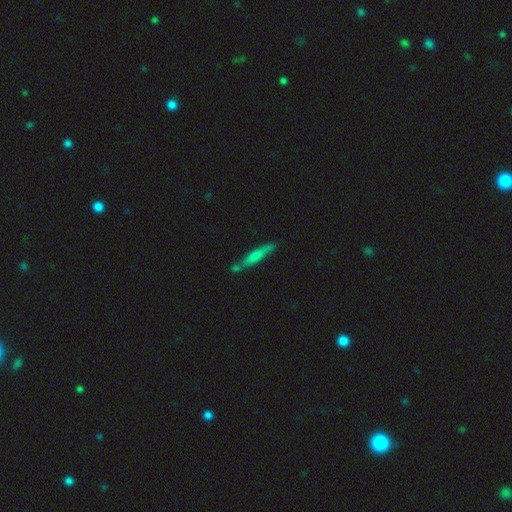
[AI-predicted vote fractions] Q: Smooth or featured?
A: smooth (64%); runner-up: featured or disk (29%)
Q: How rounded?
A: cigar-shaped (89%); runner-up: in between (10%)
Q: Merging?
A: none (64%); runner-up: minor disturbance (18%)